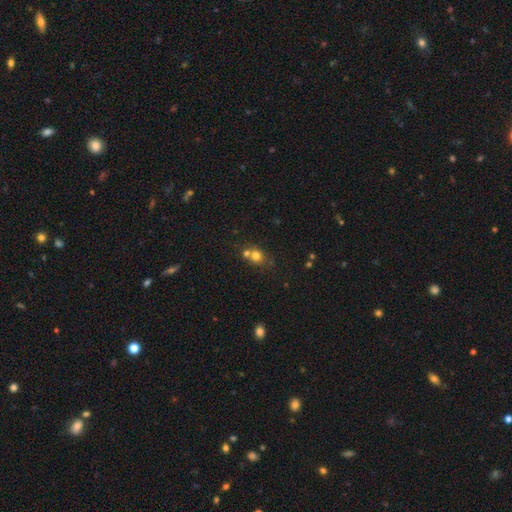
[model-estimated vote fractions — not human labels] Morphology: type=smooth (74%); roundness=round (77%); merging=none (46%).